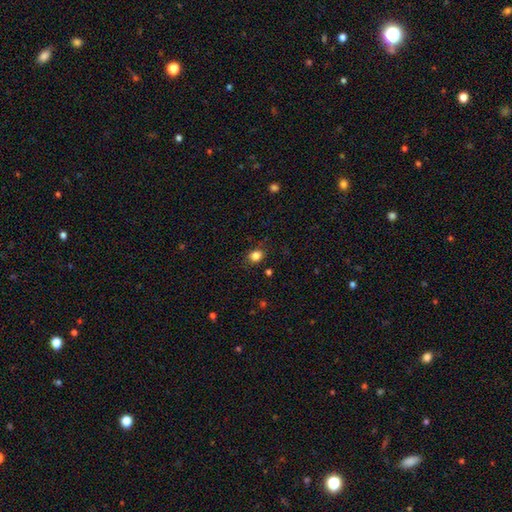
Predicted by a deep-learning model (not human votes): This is clearly a smooth galaxy (83%). How rounded: possibly round (59%). Merging: clearly none (83%).